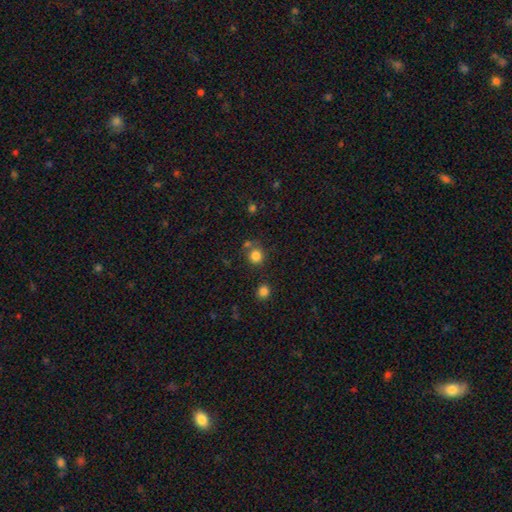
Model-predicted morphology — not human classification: The model was most divided on "merging": none: 72%, merger: 13%, minor disturbance: 11%, major disturbance: 4%. More confident: how rounded — round (88%); smooth or featured — smooth (82%).